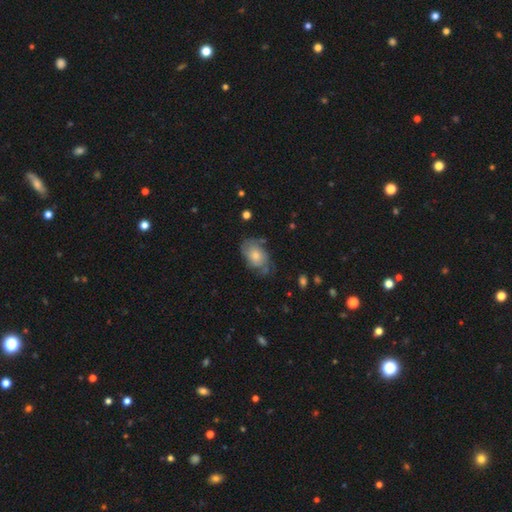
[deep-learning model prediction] Overall: smooth (53%; featured or disk 40%). How rounded: in between (85%). Merging: none (53%; minor disturbance 30%).